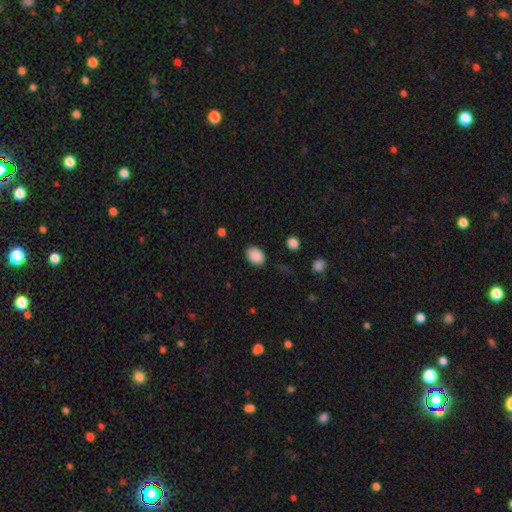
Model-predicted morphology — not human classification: Smooth or featured? smooth (89%)
How rounded? in between (76%)
Merging? none (83%)